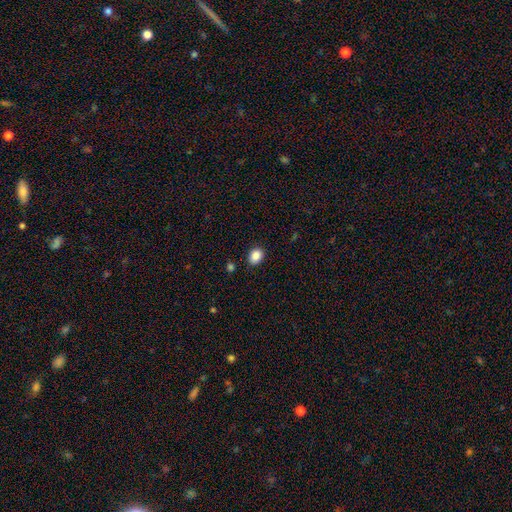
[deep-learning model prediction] Q: Smooth or featured?
A: smooth (88%); runner-up: star or artifact (9%)
Q: How rounded?
A: in between (59%); runner-up: round (40%)
Q: Merging?
A: none (88%); runner-up: minor disturbance (8%)